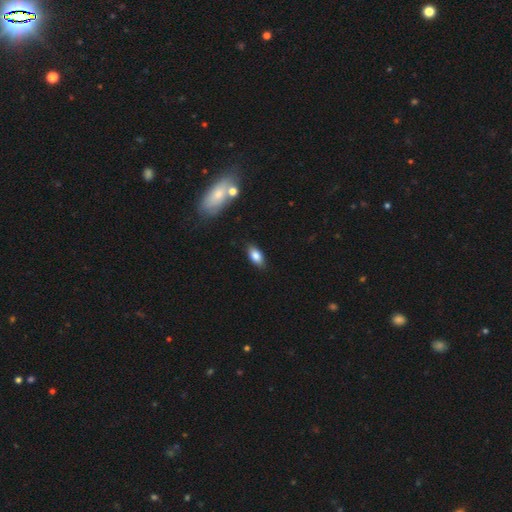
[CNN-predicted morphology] smooth 81%, featured or disk 11%, star or artifact 7%. Down the decision tree: how rounded — in between (88%); merging — none (85%).